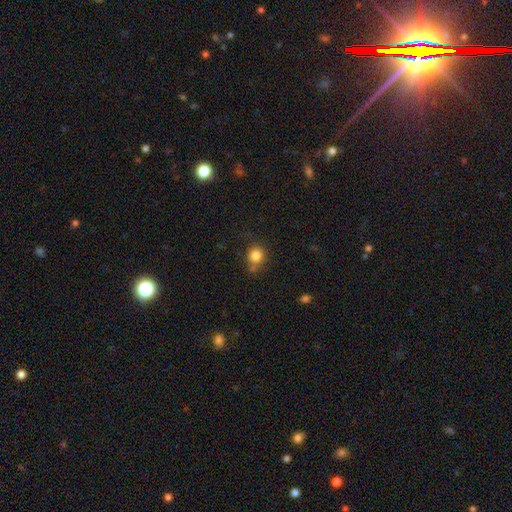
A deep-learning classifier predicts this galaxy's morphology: A smooth galaxy with no disk features (82%) that is round (85%).

Vote fractions:
- Smooth or featured? smooth: 82% / star or artifact: 12% / featured or disk: 7%
- How rounded? round: 85% / in between: 14% / cigar-shaped: 1%
- Merging? none: 68% / minor disturbance: 16% / merger: 11% / major disturbance: 5%